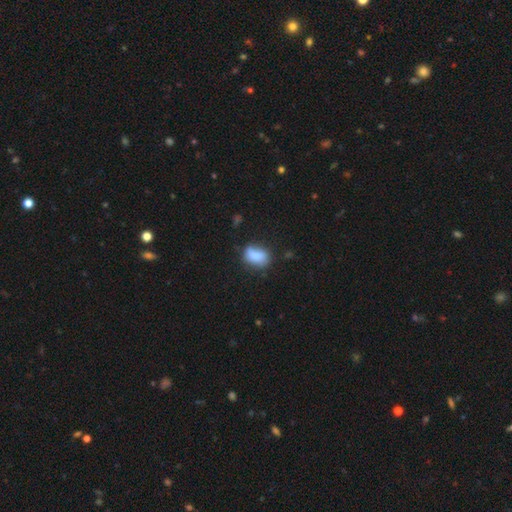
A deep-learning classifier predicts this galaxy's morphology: A smooth galaxy with no disk features (80%) that is in between round and cigar-shaped (80%).

Vote fractions:
- Smooth or featured? smooth: 80% / featured or disk: 11% / star or artifact: 9%
- How rounded? in between: 80% / round: 18% / cigar-shaped: 2%
- Merging? none: 53% / minor disturbance: 30% / major disturbance: 11% / merger: 6%